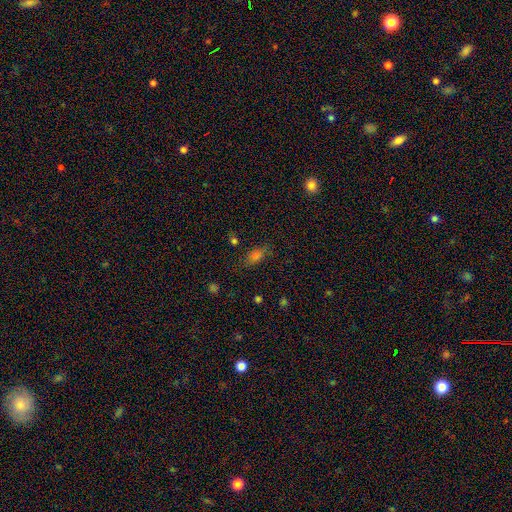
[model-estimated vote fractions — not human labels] A smooth galaxy with no disk features (64%) that is in between round and cigar-shaped (72%). Merging: none (78%).